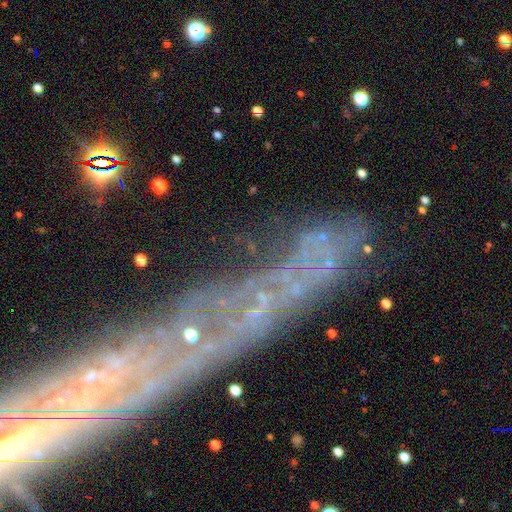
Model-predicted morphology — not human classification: smooth_or_featured: star or artifact (p=0.44) [alt: featured or disk p=0.38]